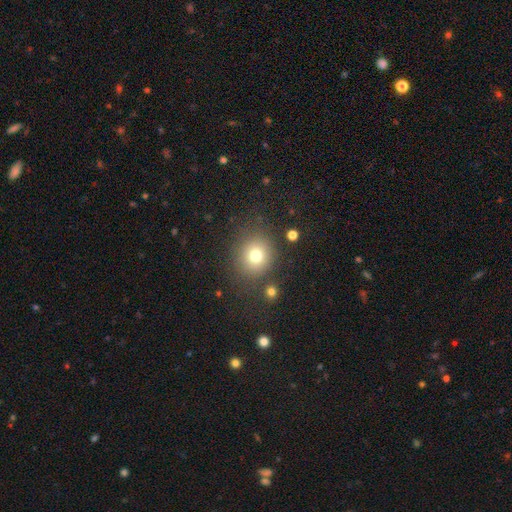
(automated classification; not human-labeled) A smooth galaxy with no disk features (76%) that is round (81%). Merging: none (81%).